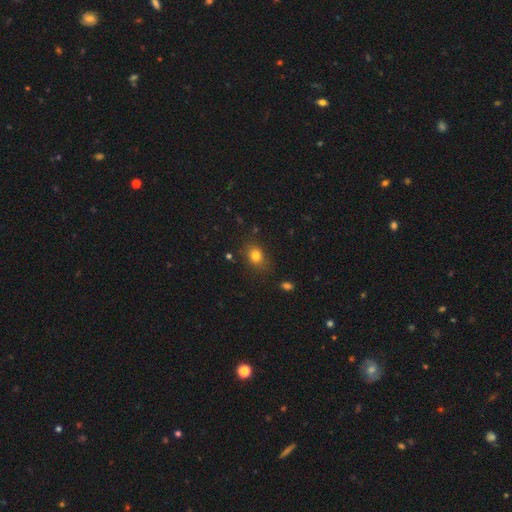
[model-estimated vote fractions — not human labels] smooth_or_featured: smooth (p=0.79) [alt: star or artifact p=0.13]
how_rounded: in between (p=0.52) [alt: round p=0.47]
merging: none (p=0.79) [alt: minor disturbance p=0.15]